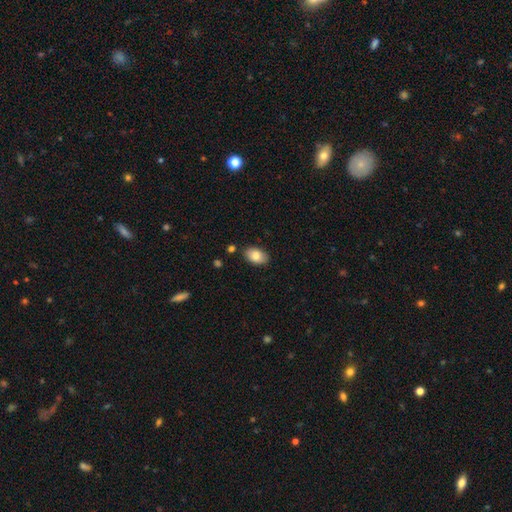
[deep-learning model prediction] This appears to be a smooth galaxy with no disk features (81%) that is in between round and cigar-shaped (91%). Merging: none (85%).